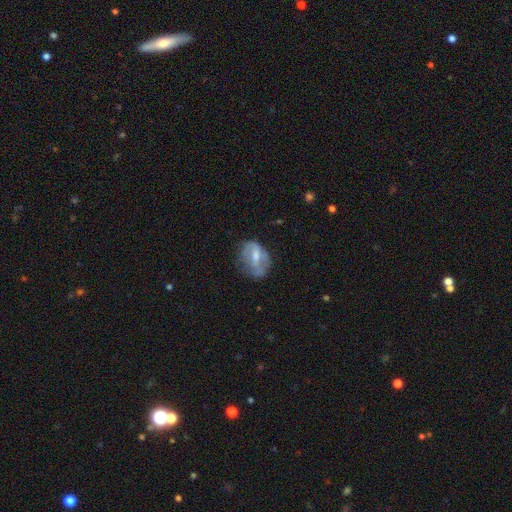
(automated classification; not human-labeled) smooth_or_featured: featured or disk (p=0.50) [alt: smooth p=0.42]
disk_edge_on: no (p=0.96) [alt: yes p=0.04]
merging: none (p=0.43) [alt: minor disturbance p=0.30]